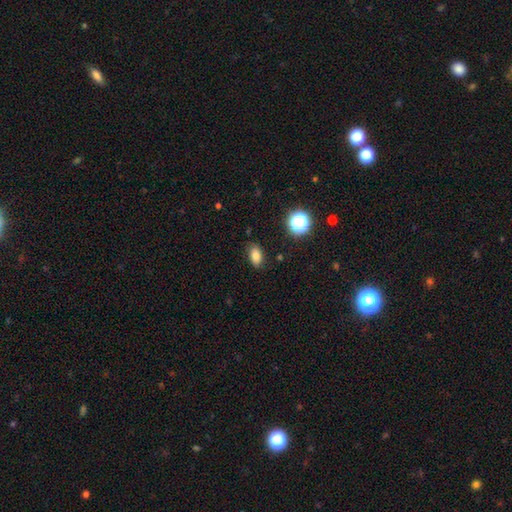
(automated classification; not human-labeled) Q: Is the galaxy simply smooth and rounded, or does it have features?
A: smooth — 80%.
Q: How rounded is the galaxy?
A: in between — 87%.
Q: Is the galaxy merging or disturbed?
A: none — 84%.